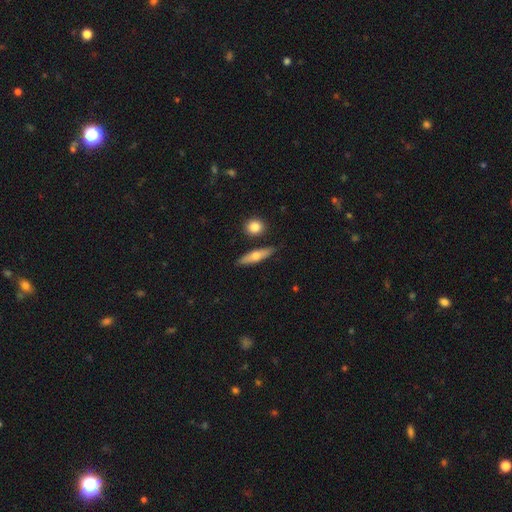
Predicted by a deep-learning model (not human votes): Smooth or featured? smooth (57%)
How rounded? cigar-shaped (66%)
Merging? none (82%)